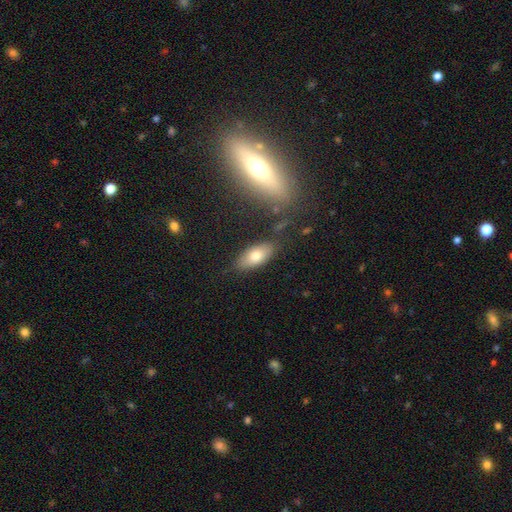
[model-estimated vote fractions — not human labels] This is likely a smooth galaxy (74%). How rounded: clearly in between (84%). Merging: likely none (79%).